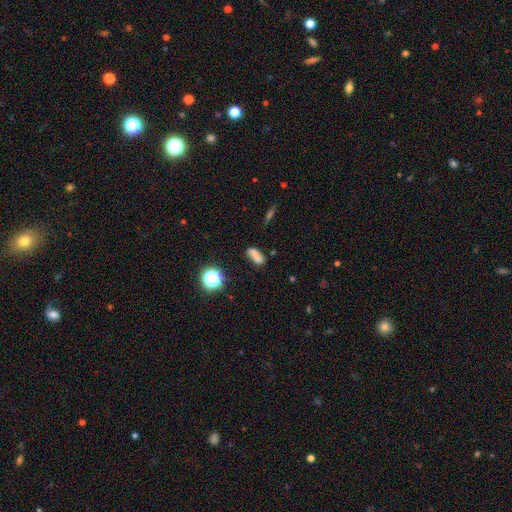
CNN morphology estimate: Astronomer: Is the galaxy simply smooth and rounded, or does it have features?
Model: smooth — 67%.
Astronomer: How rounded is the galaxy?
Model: in between — 68%.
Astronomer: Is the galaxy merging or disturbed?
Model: none — 64%.